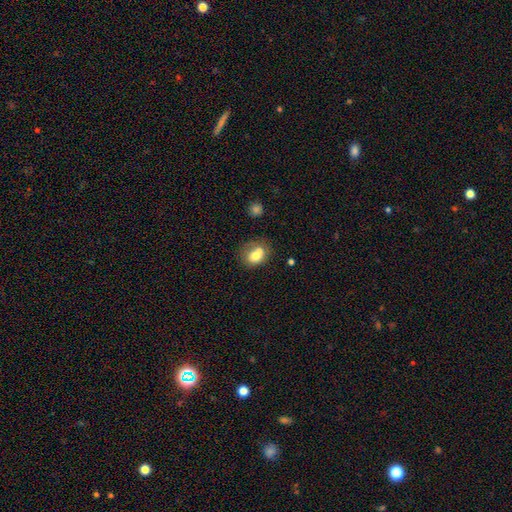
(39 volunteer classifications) This is likely a smooth galaxy (74%). How rounded: possibly round (55%). Merging: possibly merger (57%).